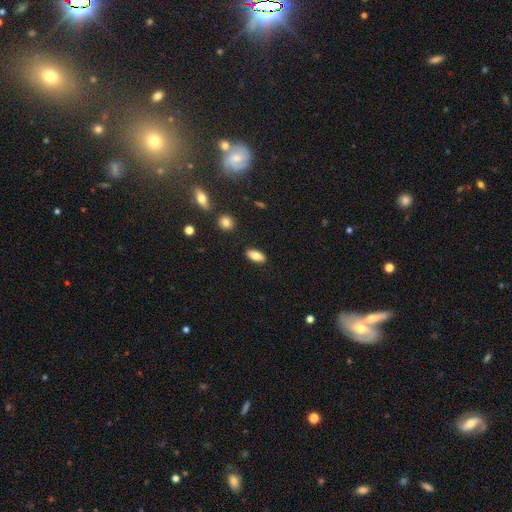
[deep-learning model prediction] This is clearly a smooth galaxy (81%). How rounded: clearly in between (84%). Merging: clearly none (88%).